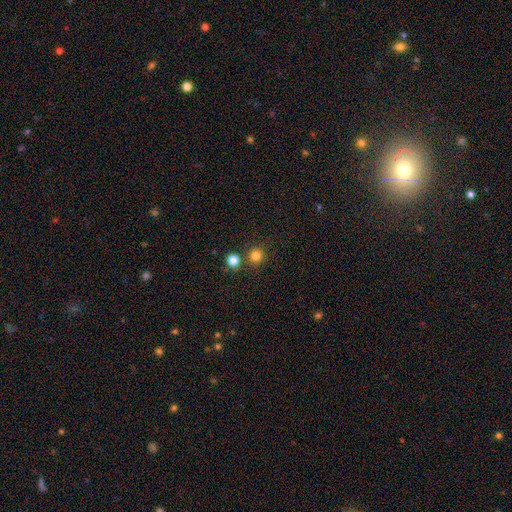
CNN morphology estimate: This is clearly a smooth galaxy (80%). How rounded: clearly round (95%). Merging: clearly none (81%).